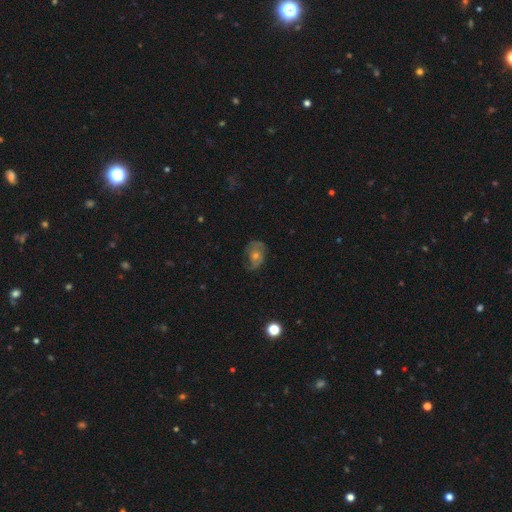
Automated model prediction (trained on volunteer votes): smooth-or-featured: featured or disk: 62% | smooth: 23% | star or artifact: 15%
  disk-edge-on: no: 96% | yes: 4%
    bar: no: 76% | weak: 20% | strong: 4%
    has-spiral-arms: yes: 82% | no: 18%
    bulge-size: moderate: 55% | small: 39% | large: 3% | none: 2% | dominant: 1%
  merging: none: 67% | minor disturbance: 21% | major disturbance: 10% | merger: 1%